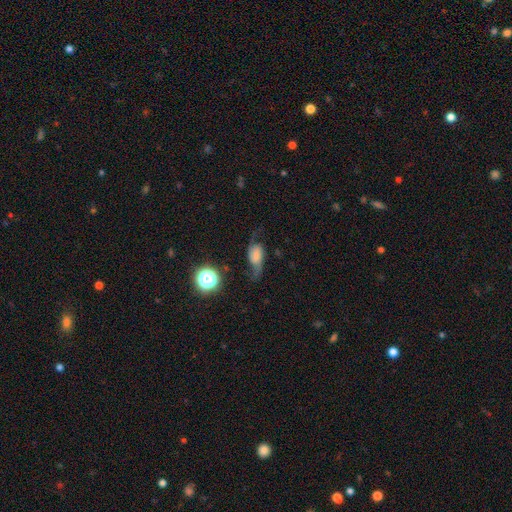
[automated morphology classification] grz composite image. It shows a featured or disk galaxy (49%). Merging: none (45%).